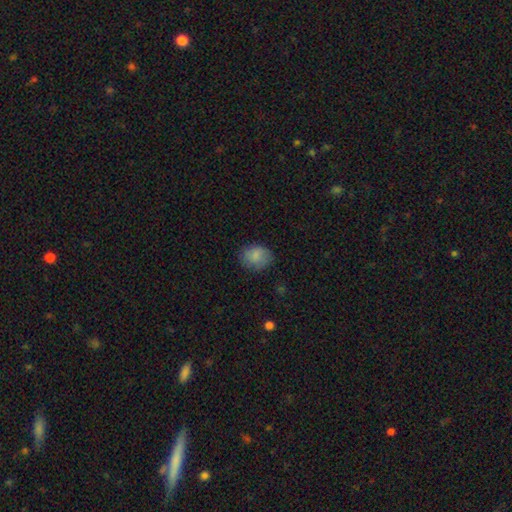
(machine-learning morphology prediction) smooth_or_featured: smooth (p=0.83) [alt: featured or disk p=0.09]
how_rounded: round (p=0.51) [alt: in between p=0.48]
merging: none (p=0.77) [alt: minor disturbance p=0.17]